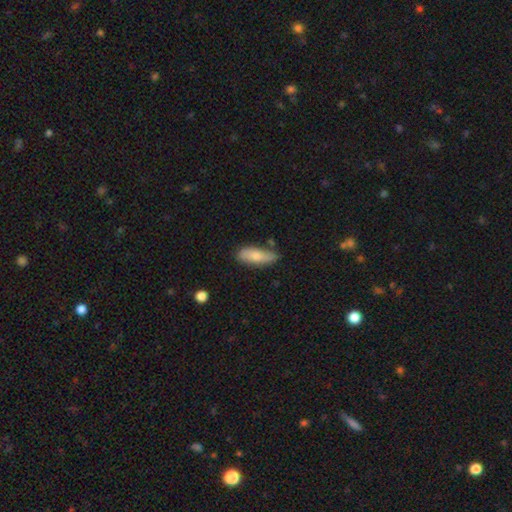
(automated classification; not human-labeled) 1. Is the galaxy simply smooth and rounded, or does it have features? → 75% smooth, 19% featured or disk, 6% star or artifact.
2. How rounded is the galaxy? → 69% in between, 29% cigar-shaped, 2% round.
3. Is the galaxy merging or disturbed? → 69% none, 23% minor disturbance, 4% merger, 4% major disturbance.